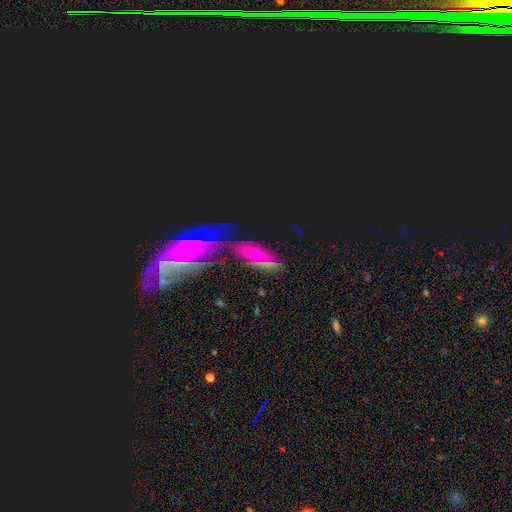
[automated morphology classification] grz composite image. It shows a featured or disk galaxy (48%). Merging: none (62%).